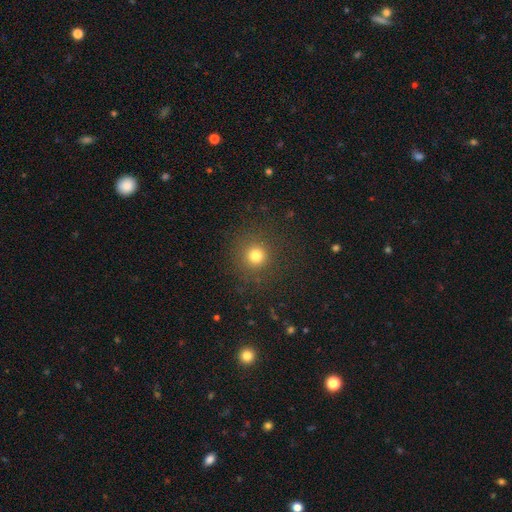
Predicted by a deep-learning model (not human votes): Smooth or featured? smooth (78%)
How rounded? round (94%)
Merging? none (88%)